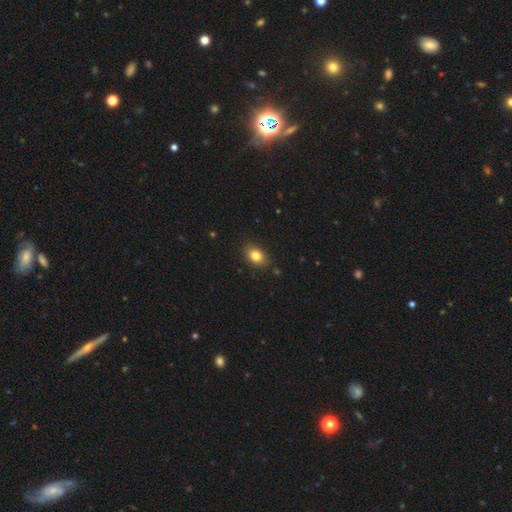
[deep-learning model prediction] Overall: smooth (83%). How rounded: in between (77%). Merging: none (87%).